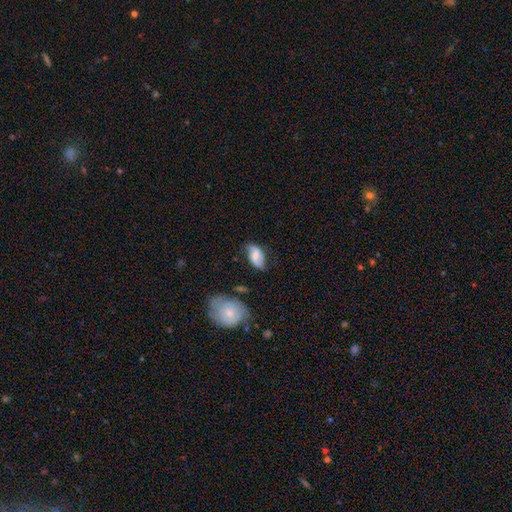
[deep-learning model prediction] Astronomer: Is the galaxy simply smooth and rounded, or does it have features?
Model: featured or disk — 48% (runner-up: smooth, 45%).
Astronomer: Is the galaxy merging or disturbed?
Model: none — 62%.